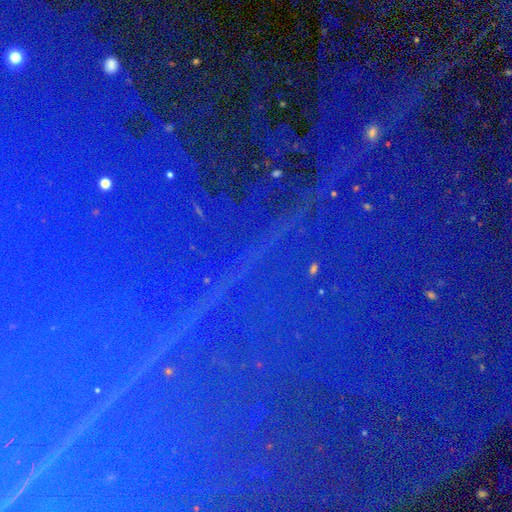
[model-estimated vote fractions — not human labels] This is clearly a star or artifact rather than a galaxy (88%).